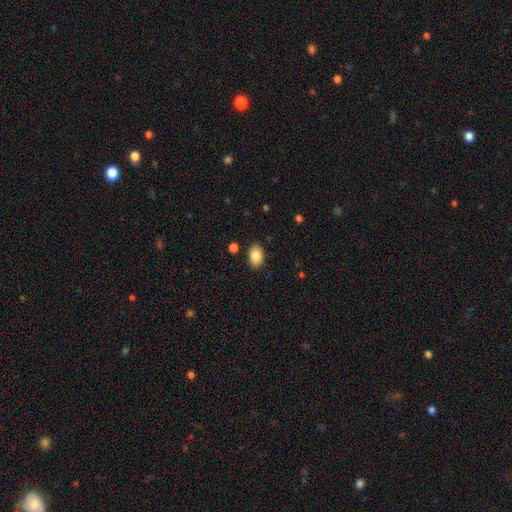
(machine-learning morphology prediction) A smooth galaxy with no disk features (85%) that is in between round and cigar-shaped (87%). Merging: none (86%).